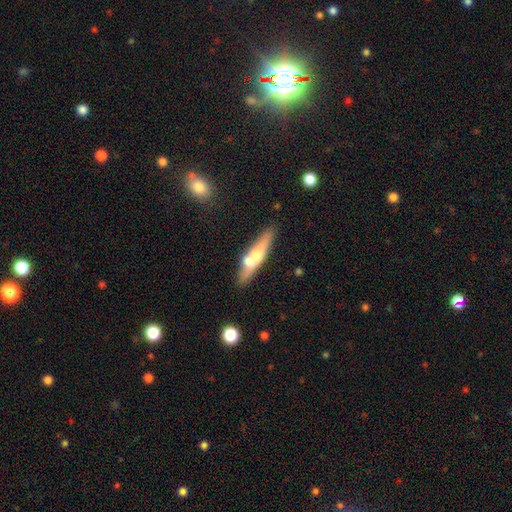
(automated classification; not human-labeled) smooth-or-featured: smooth: 49% | featured or disk: 45% | star or artifact: 6%
  merging: none: 66% | merger: 18% | minor disturbance: 13% | major disturbance: 3%